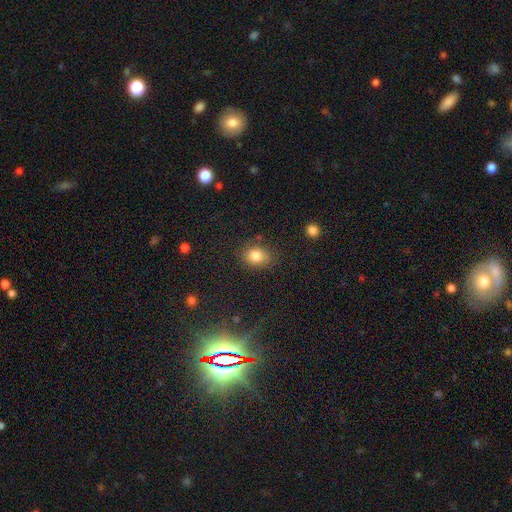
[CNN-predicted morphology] A smooth galaxy with no disk features (82%) that is in between round and cigar-shaped (57%).

Vote fractions:
- Smooth or featured? smooth: 82% / star or artifact: 10% / featured or disk: 7%
- How rounded? in between: 57% / round: 42% / cigar-shaped: 1%
- Merging? none: 77% / minor disturbance: 16% / major disturbance: 5% / merger: 3%